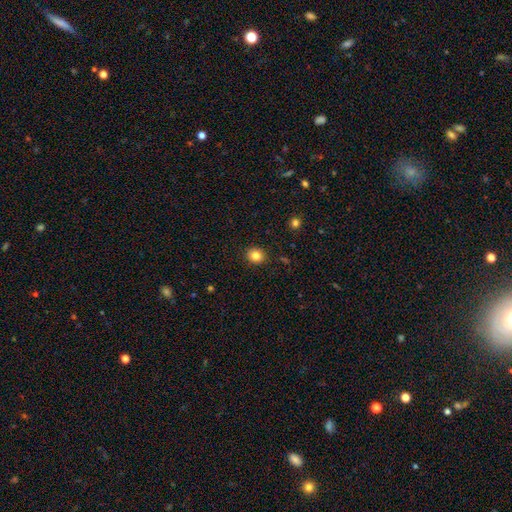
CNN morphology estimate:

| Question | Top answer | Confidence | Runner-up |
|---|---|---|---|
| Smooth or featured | smooth | 83% | star or artifact (11%) |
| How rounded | round | 76% | in between (23%) |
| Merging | none | 91% | minor disturbance (6%) |